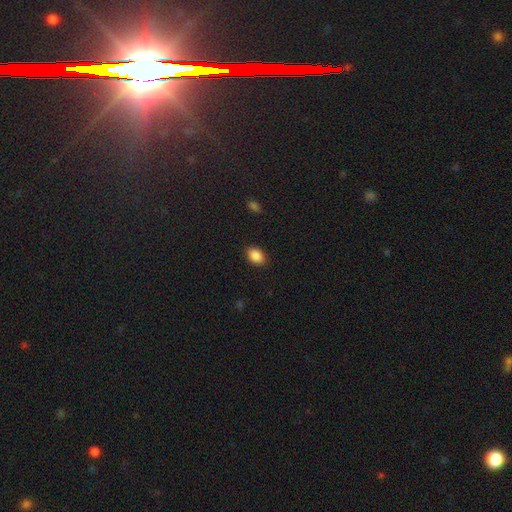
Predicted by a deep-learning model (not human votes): A smooth galaxy with no disk features (89%) that is in between round and cigar-shaped (81%).

Vote fractions:
- Smooth or featured? smooth: 89% / star or artifact: 8% / featured or disk: 3%
- How rounded? in between: 81% / round: 18% / cigar-shaped: 1%
- Merging? none: 89% / minor disturbance: 8% / major disturbance: 2% / merger: 1%